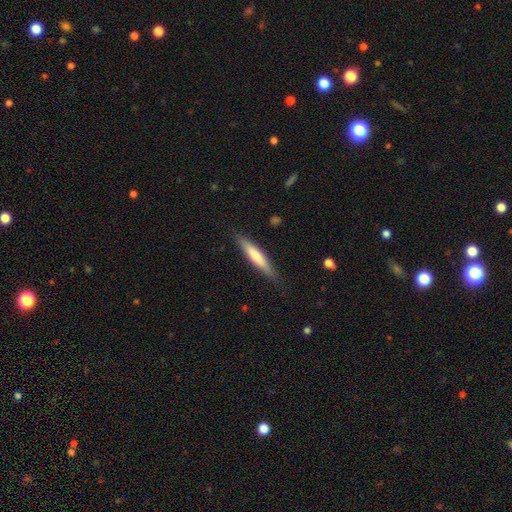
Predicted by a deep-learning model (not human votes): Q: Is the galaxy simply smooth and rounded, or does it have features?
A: smooth — 62%.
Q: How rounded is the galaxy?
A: cigar-shaped — 89%.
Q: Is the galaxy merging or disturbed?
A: none — 84%.